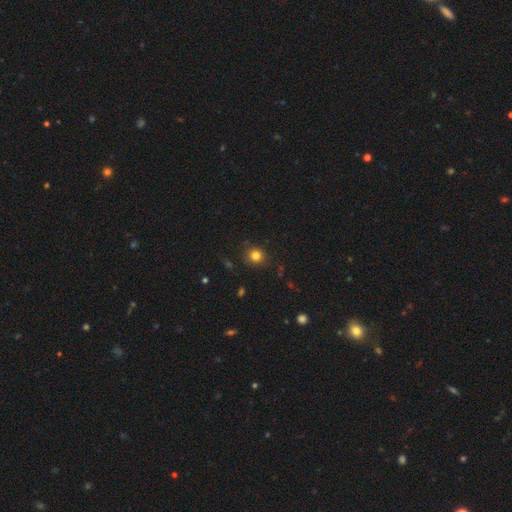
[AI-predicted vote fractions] smooth 80%, star or artifact 13%, featured or disk 6%. Down the decision tree: how rounded — round (86%); merging — none (85%).